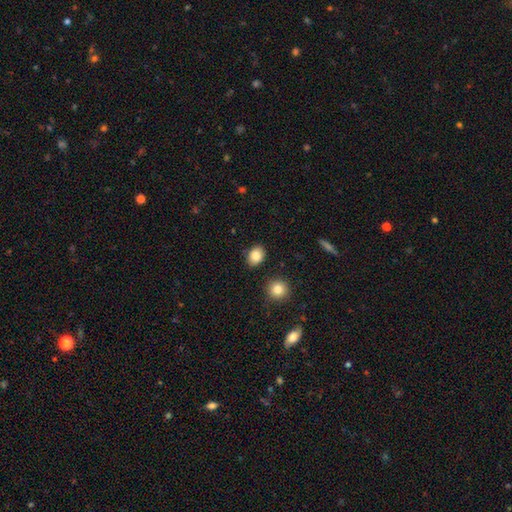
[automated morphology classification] The model was most divided on "how rounded": in between: 66%, round: 33%, cigar-shaped: 1%. More confident: merging — none (86%); smooth or featured — smooth (84%).